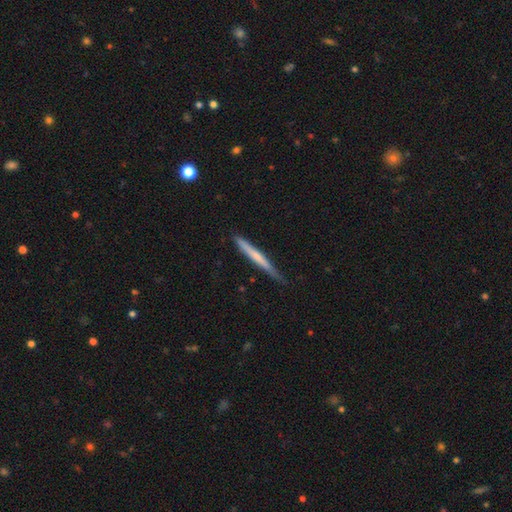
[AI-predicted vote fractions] smooth_or_featured: smooth (p=0.54) [alt: featured or disk p=0.41]
how_rounded: cigar-shaped (p=0.97) [alt: in between p=0.02]
merging: none (p=0.75) [alt: minor disturbance p=0.21]